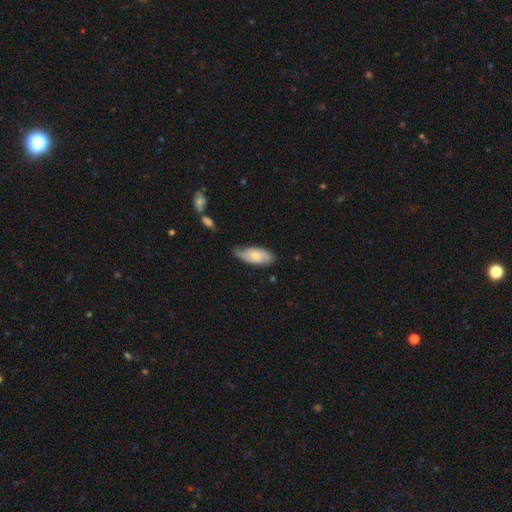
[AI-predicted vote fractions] Q: Smooth or featured?
A: smooth (52%); runner-up: featured or disk (42%)
Q: How rounded?
A: in between (85%); runner-up: cigar-shaped (13%)
Q: Merging?
A: none (67%); runner-up: minor disturbance (26%)